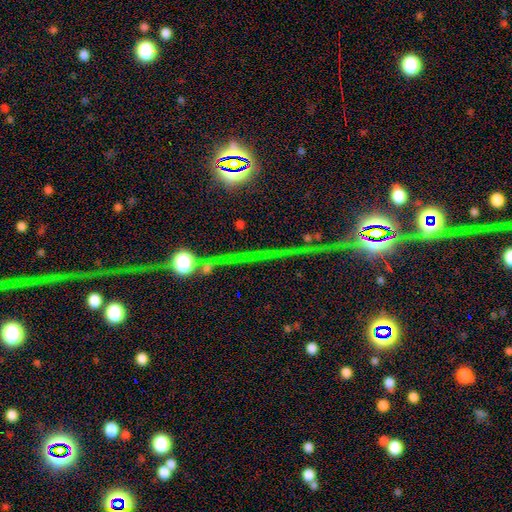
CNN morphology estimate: Smooth or featured?
  - star or artifact: 72% *
  - featured or disk: 15%
  - smooth: 13%